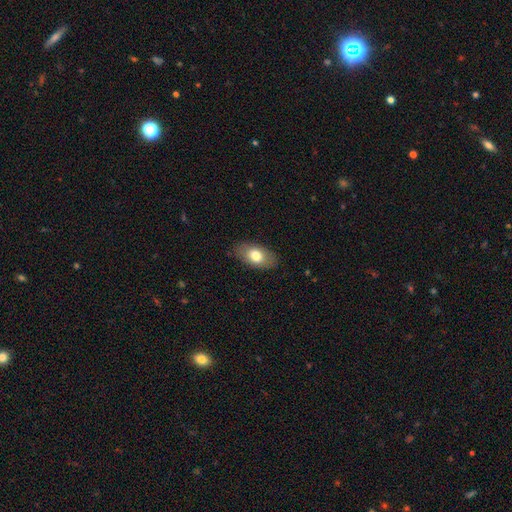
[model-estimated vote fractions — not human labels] A smooth galaxy with no disk features (76%) that is in between round and cigar-shaped (92%). Merging: none (84%).